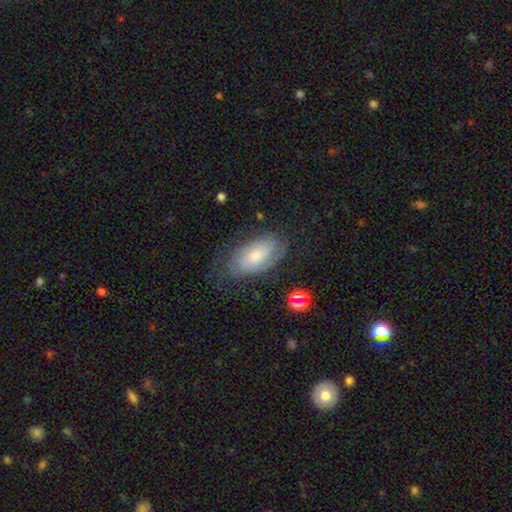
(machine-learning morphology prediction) A featured or disk galaxy (49%). Merging: none (66%).